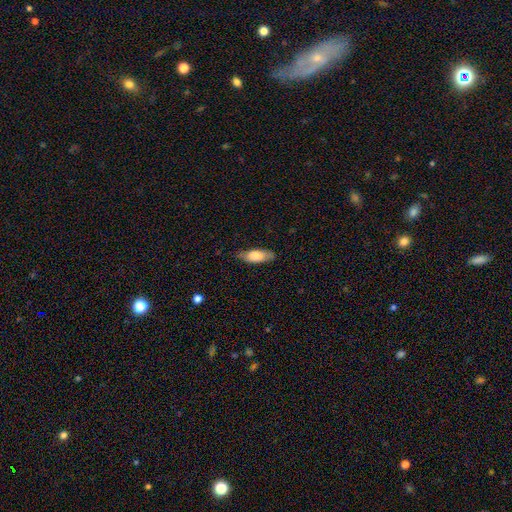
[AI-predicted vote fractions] Smooth or featured: smooth — 75% (featured or disk — 19%)
How rounded: in between — 68% (cigar-shaped — 30%)
Merging: none — 78% (minor disturbance — 18%)